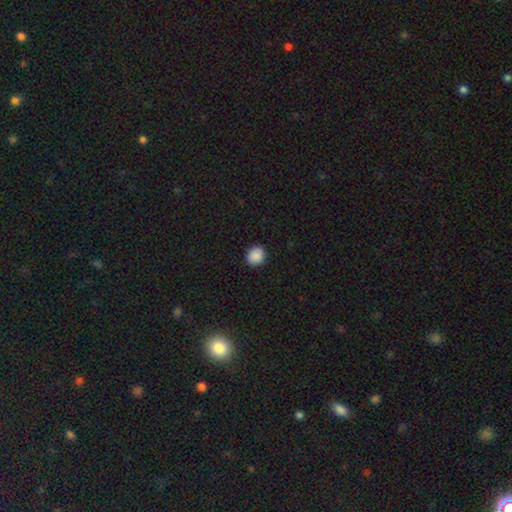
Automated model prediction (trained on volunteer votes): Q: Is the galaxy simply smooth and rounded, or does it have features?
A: smooth — 89%.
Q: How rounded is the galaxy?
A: round — 77%.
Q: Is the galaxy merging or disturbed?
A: none — 91%.